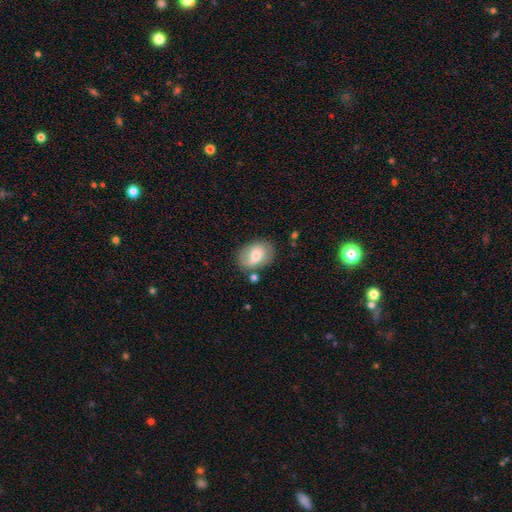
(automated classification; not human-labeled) This is likely a smooth galaxy (63%). How rounded: likely in between (72%). Merging: likely none (71%).